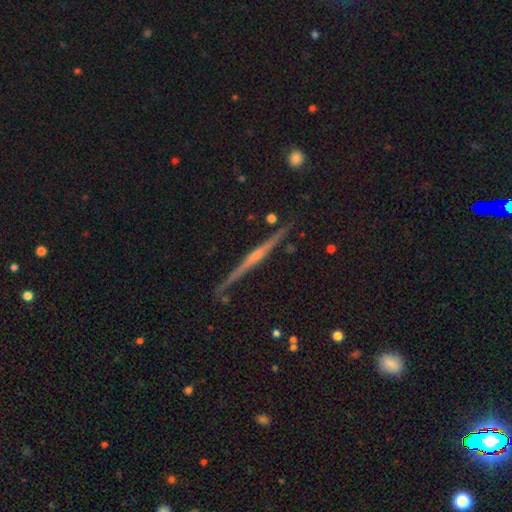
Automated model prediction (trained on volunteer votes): This is clearly a featured or disk galaxy (81%). It is clearly viewed edge-on (98%). Edge-on bulge: likely rounded (68%). Merging: clearly none (87%).